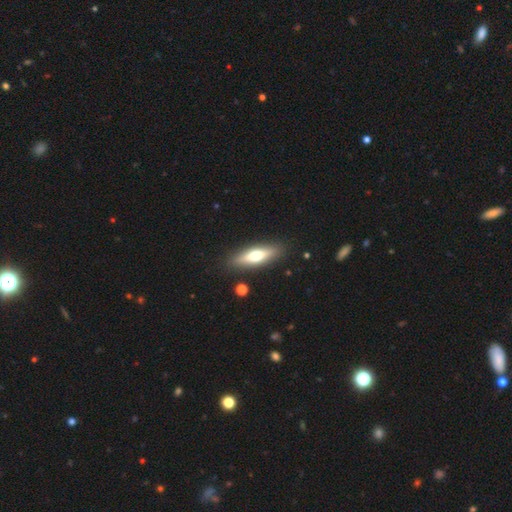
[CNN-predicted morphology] A smooth galaxy with no disk features (51%) that is cigar-shaped (61%). Merging: none (88%).